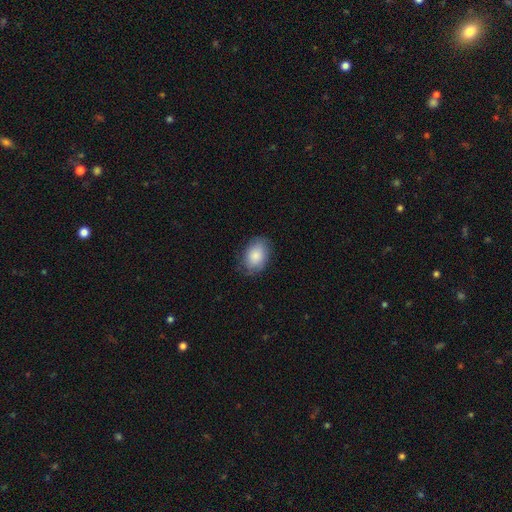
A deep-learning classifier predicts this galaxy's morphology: A smooth galaxy with no disk features (83%) that is in between round and cigar-shaped (82%).

Vote fractions:
- Smooth or featured? smooth: 83% / featured or disk: 10% / star or artifact: 6%
- How rounded? in between: 82% / round: 17% / cigar-shaped: 1%
- Merging? none: 76% / minor disturbance: 19% / major disturbance: 5% / merger: 1%